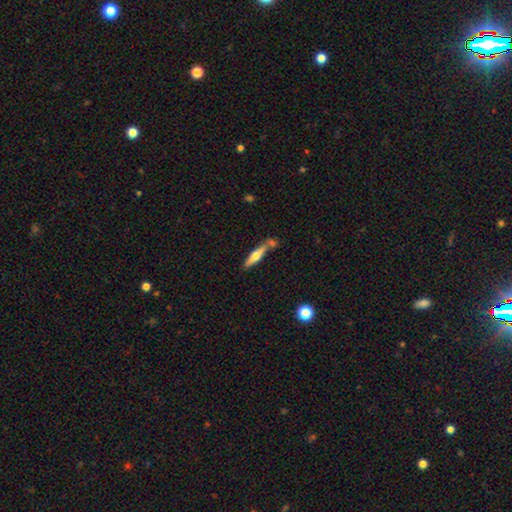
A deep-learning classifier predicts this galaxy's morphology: Overall: featured or disk (49%; smooth 45%). Merging: none (67%).